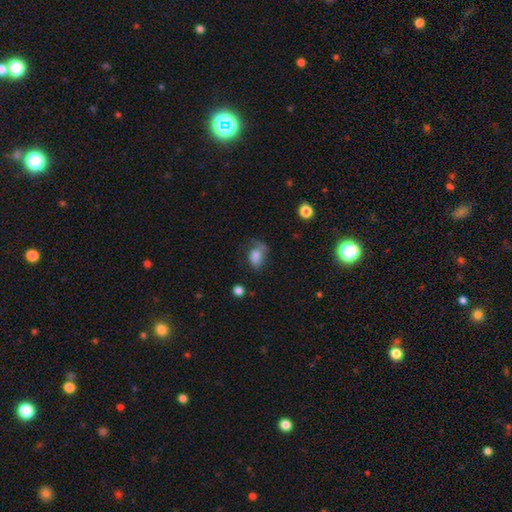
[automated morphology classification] Smooth or featured? smooth (65%)
How rounded? in between (80%)
Merging? none (36%)